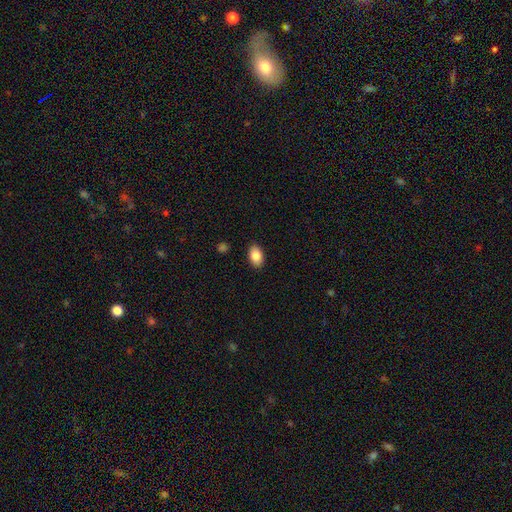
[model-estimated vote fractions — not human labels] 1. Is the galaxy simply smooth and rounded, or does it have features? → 86% smooth, 7% star or artifact, 7% featured or disk.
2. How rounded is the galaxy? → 89% in between, 10% round, 1% cigar-shaped.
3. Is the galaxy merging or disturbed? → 89% none, 8% minor disturbance, 2% major disturbance, 1% merger.